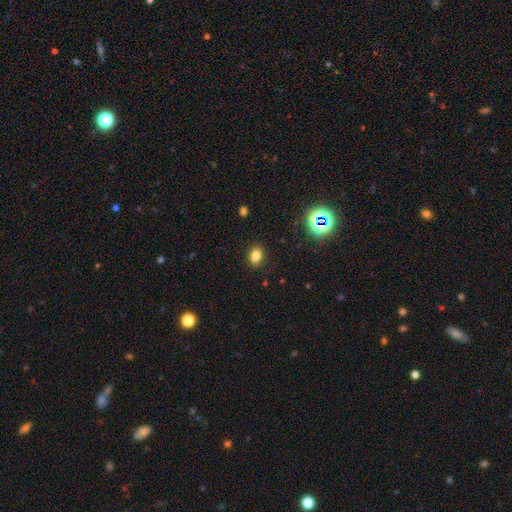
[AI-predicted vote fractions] The model was most divided on "how rounded": in between: 71%, round: 27%, cigar-shaped: 1%. More confident: merging — none (87%); smooth or featured — smooth (80%).